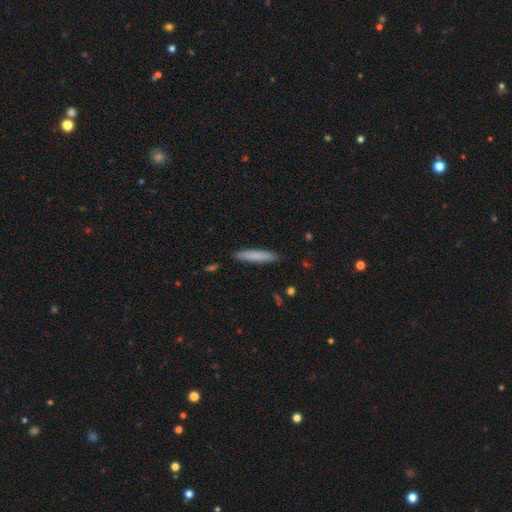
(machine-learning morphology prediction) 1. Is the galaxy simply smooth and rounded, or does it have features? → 81% smooth, 13% featured or disk, 6% star or artifact.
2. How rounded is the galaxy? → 92% cigar-shaped, 6% in between, 1% round.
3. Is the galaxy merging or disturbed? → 90% none, 7% minor disturbance, 1% major disturbance, 1% merger.